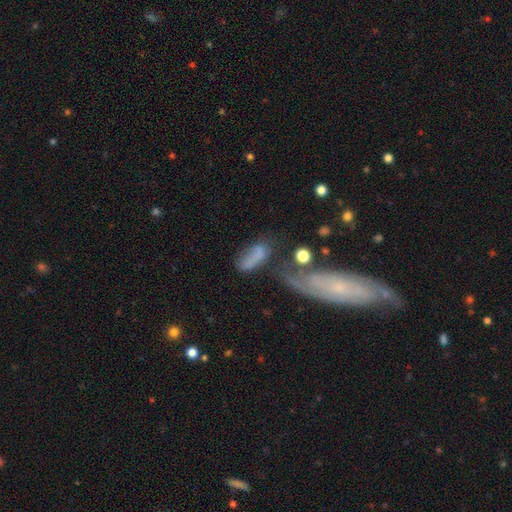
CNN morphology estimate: Overall: smooth (63%; featured or disk 26%). How rounded: in between (75%). Merging: none (34%; major disturbance 26%).